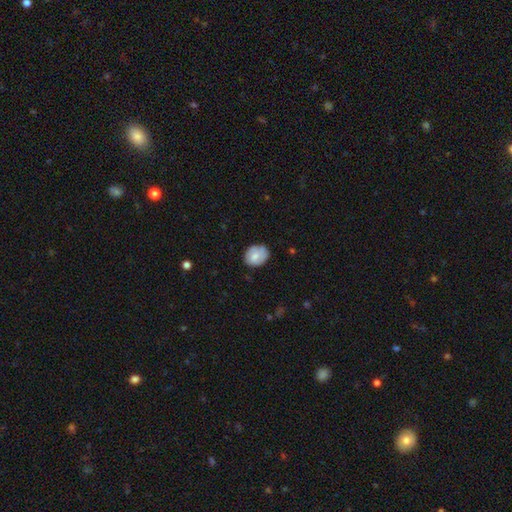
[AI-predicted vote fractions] Q: Smooth or featured?
A: smooth (72%); runner-up: featured or disk (21%)
Q: How rounded?
A: round (52%); runner-up: in between (47%)
Q: Merging?
A: none (70%); runner-up: minor disturbance (24%)